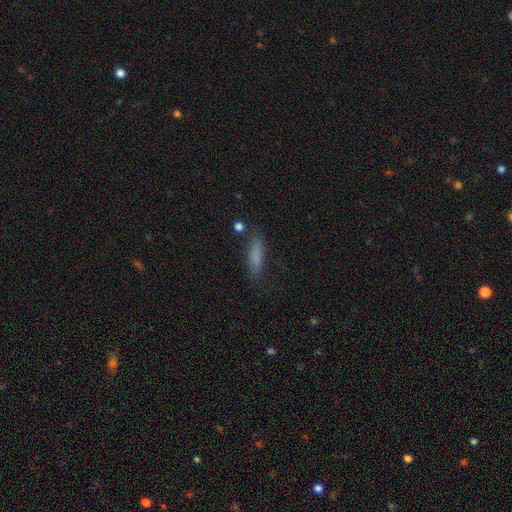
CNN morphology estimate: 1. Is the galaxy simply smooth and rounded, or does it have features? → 77% smooth, 13% featured or disk, 10% star or artifact.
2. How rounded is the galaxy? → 69% cigar-shaped, 28% in between, 2% round.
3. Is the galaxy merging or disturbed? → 73% none, 17% minor disturbance, 6% major disturbance, 3% merger.